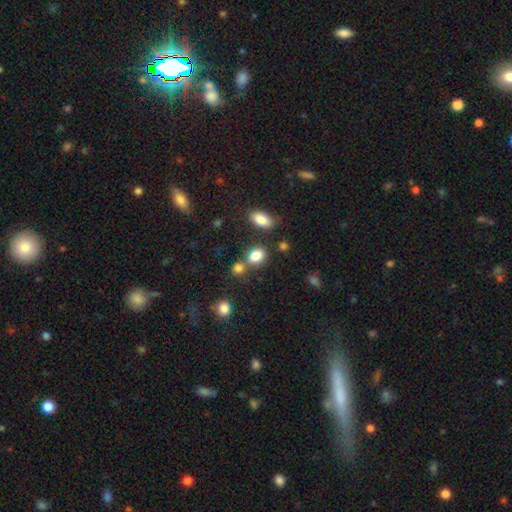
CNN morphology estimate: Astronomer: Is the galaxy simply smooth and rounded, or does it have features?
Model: smooth — 83%.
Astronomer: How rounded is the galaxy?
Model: in between — 60% (runner-up: round, 38%).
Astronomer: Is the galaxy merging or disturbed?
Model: none — 58%.